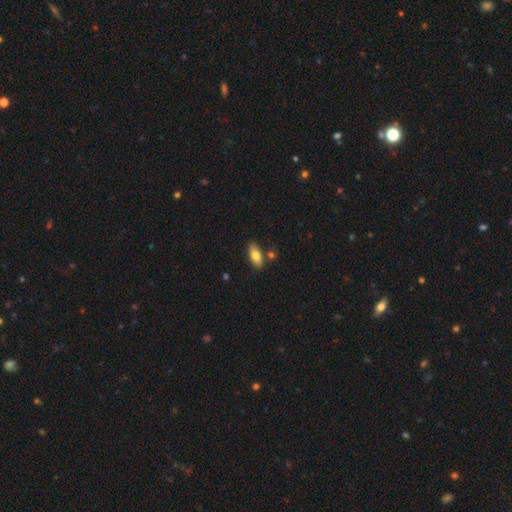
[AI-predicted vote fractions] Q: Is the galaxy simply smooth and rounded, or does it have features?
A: smooth — 78%.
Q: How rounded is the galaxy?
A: in between — 87%.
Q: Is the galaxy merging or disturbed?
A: none — 80%.